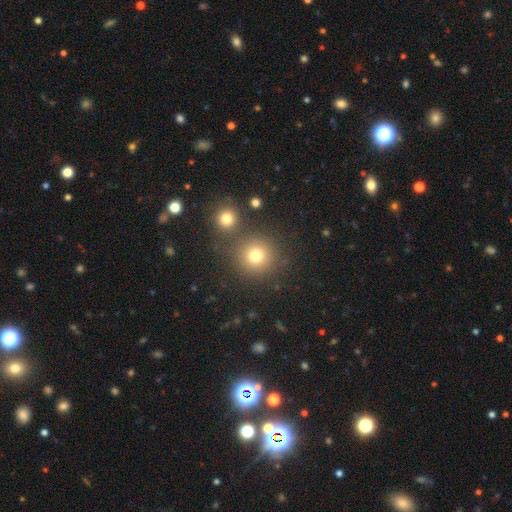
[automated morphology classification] This is likely a smooth galaxy (77%). How rounded: clearly round (93%). Merging: likely none (76%).